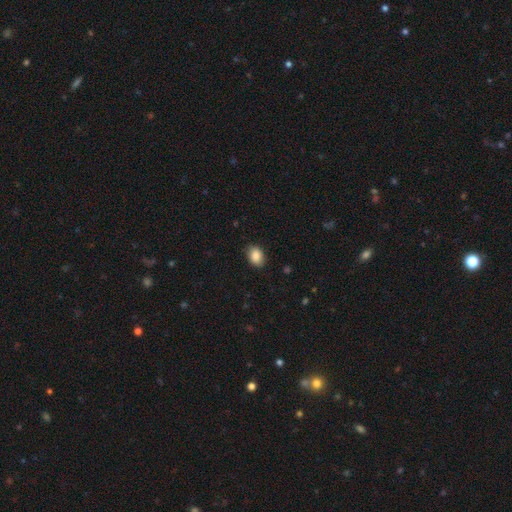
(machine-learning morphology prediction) Q: Smooth or featured?
A: smooth (87%); runner-up: star or artifact (8%)
Q: How rounded?
A: in between (75%); runner-up: round (24%)
Q: Merging?
A: none (87%); runner-up: minor disturbance (10%)